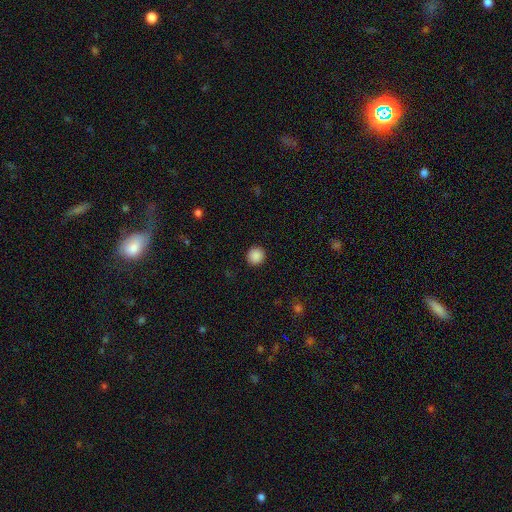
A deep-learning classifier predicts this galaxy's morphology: smooth_or_featured: smooth (p=0.88) [alt: star or artifact p=0.09]
how_rounded: round (p=0.92) [alt: in between p=0.07]
merging: none (p=0.92) [alt: minor disturbance p=0.05]